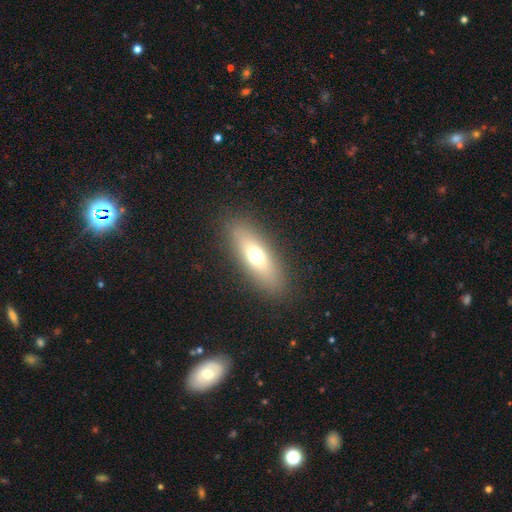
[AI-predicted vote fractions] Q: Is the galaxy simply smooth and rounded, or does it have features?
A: smooth — 63%.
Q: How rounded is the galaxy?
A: in between — 62%.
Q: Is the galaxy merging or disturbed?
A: none — 87%.